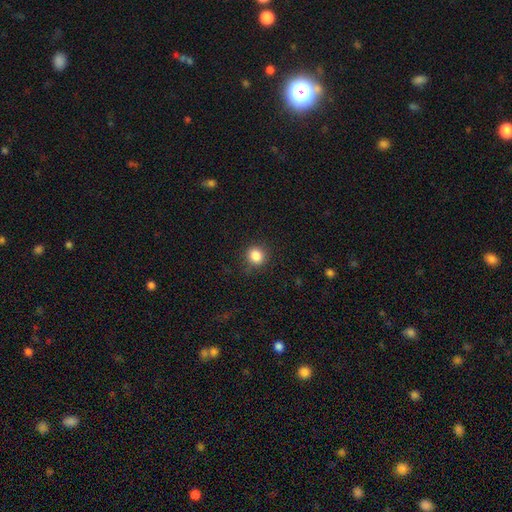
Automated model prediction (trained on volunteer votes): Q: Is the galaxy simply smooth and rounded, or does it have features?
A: smooth — 85%.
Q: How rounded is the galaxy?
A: round — 80%.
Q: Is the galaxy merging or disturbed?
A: none — 87%.